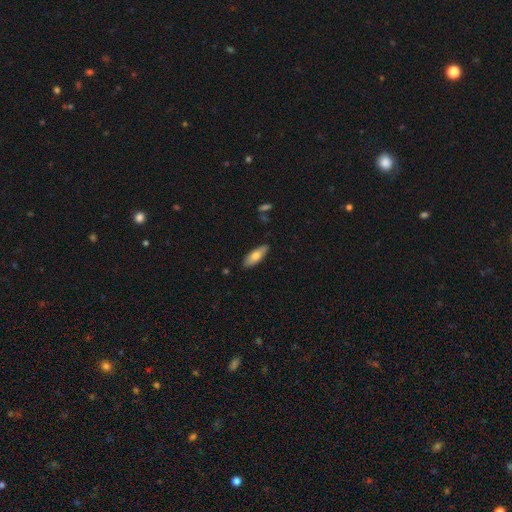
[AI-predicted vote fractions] Smooth or featured: smooth — 71% (featured or disk — 23%)
How rounded: in between — 70% (cigar-shaped — 28%)
Merging: none — 87% (minor disturbance — 10%)